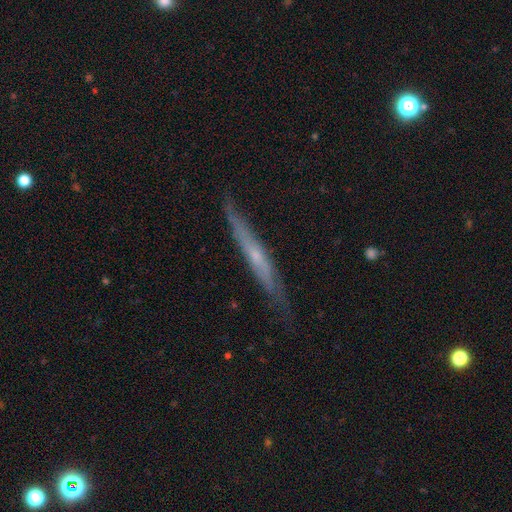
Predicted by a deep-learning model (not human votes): This is likely a featured or disk galaxy (63%). It is clearly viewed edge-on (91%). Edge-on bulge: possibly none (55%). Merging: clearly none (81%).